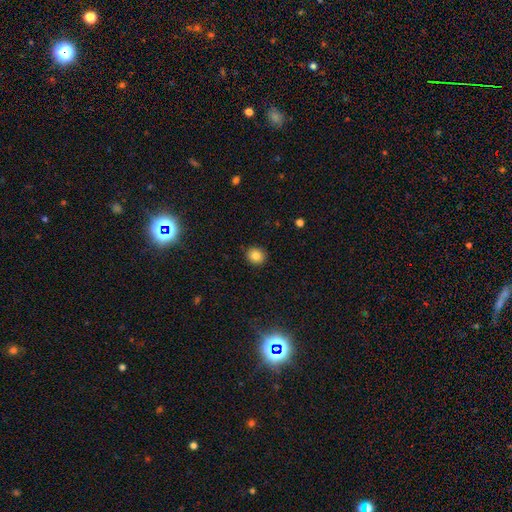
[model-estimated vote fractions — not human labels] This appears to be a smooth galaxy with no disk features (83%) that is round (83%). Merging: none (90%).